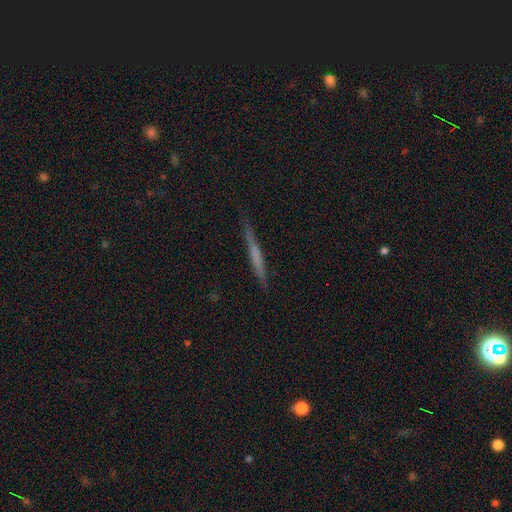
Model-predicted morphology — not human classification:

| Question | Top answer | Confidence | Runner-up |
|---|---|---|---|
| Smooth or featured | featured or disk | 49% | smooth (44%) |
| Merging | none | 87% | minor disturbance (10%) |